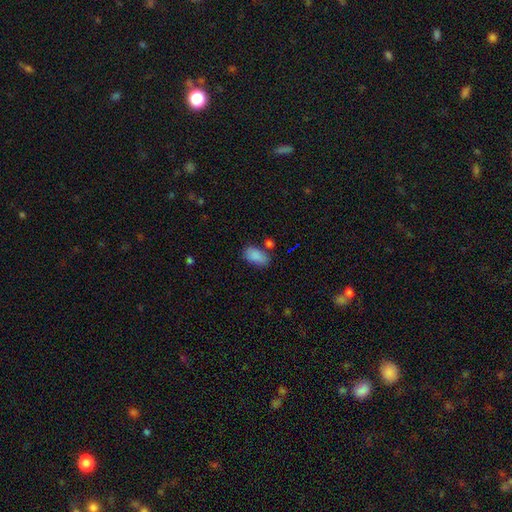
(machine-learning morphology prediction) A smooth galaxy with no disk features (86%) that is in between round and cigar-shaped (92%). Merging: none (63%).